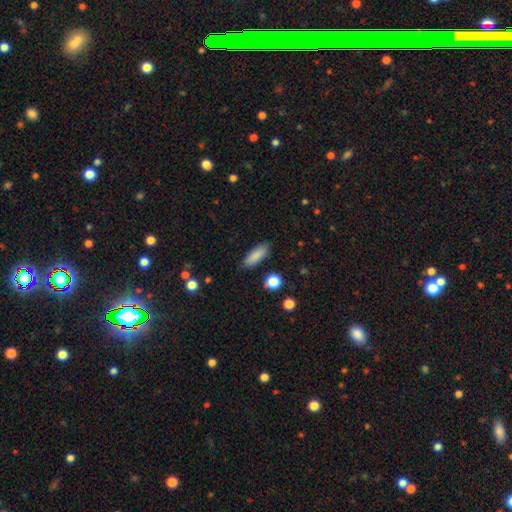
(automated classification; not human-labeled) smooth 86%, star or artifact 7%, featured or disk 6%. Down the decision tree: how rounded — in between (65%); merging — none (87%).